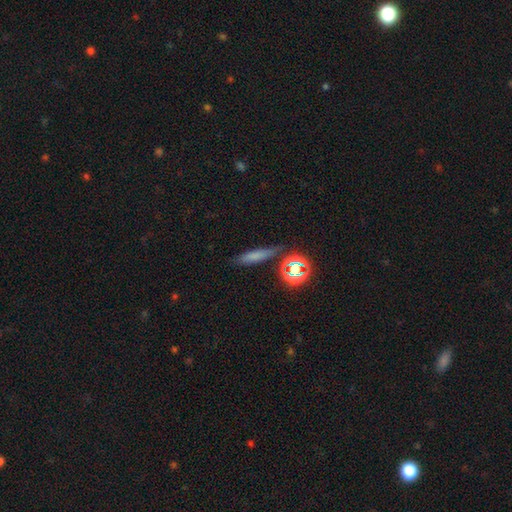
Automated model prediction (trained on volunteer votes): Smooth or featured? Predicted: smooth (p=0.67). How rounded? Predicted: cigar-shaped (p=0.77). Merging? Predicted: none (p=0.78).